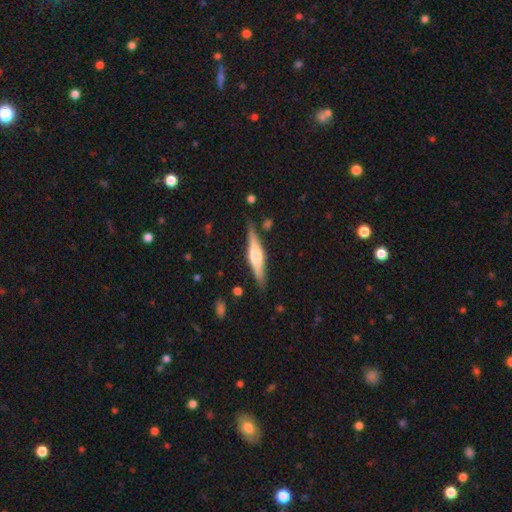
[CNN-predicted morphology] Q: Smooth or featured?
A: featured or disk (65%); runner-up: smooth (29%)
Q: Edge-on disk?
A: yes (96%); runner-up: no (4%)
Q: Edge-on bulge?
A: rounded (86%); runner-up: boxy (11%)
Q: Merging?
A: none (85%); runner-up: minor disturbance (10%)